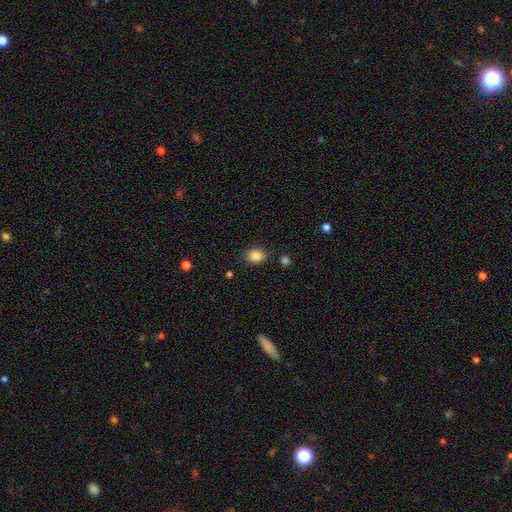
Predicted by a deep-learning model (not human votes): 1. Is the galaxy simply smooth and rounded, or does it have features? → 86% smooth, 9% star or artifact, 4% featured or disk.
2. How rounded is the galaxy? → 62% in between, 37% round, 1% cigar-shaped.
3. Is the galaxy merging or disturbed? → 80% none, 14% minor disturbance, 3% major disturbance, 3% merger.